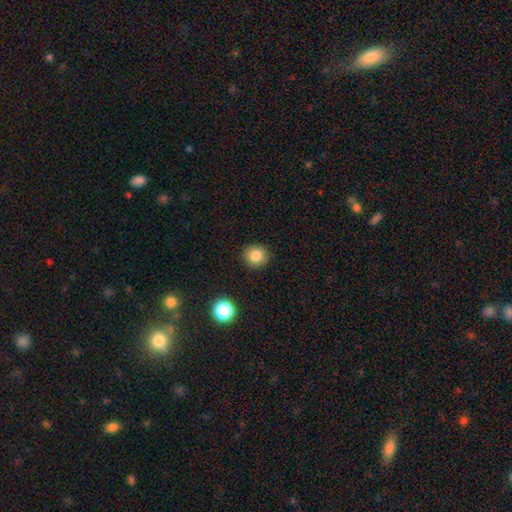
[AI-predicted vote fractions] Smooth or featured?
  - smooth: 84% *
  - star or artifact: 11%
  - featured or disk: 5%
How rounded?
  - round: 89% *
  - in between: 10%
  - cigar-shaped: 1%
Merging?
  - none: 90% *
  - minor disturbance: 6%
  - major disturbance: 2%
  - merger: 1%